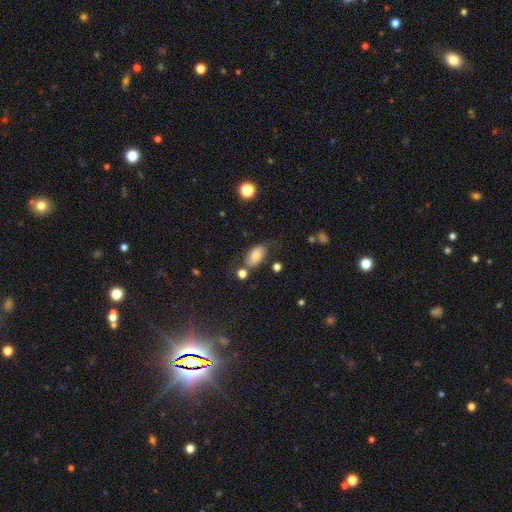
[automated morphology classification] A smooth galaxy with no disk features (72%) that is in between round and cigar-shaped (91%).

Vote fractions:
- Smooth or featured? smooth: 72% / featured or disk: 18% / star or artifact: 10%
- How rounded? in between: 91% / round: 6% / cigar-shaped: 3%
- Merging? none: 60% / minor disturbance: 23% / merger: 8% / major disturbance: 8%